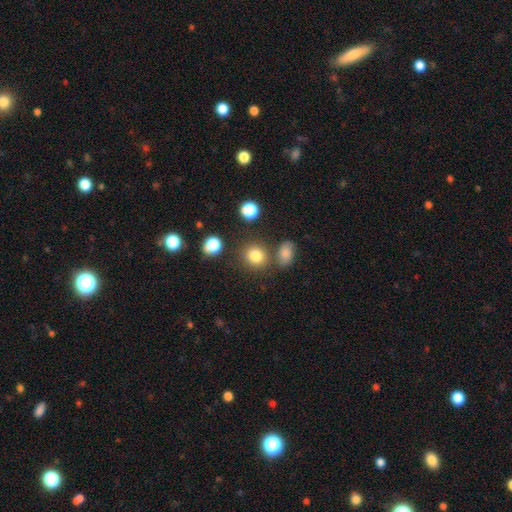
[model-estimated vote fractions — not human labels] The model was most divided on "how rounded": round: 81%, in between: 18%, cigar-shaped: 1%. More confident: smooth or featured — smooth (80%); merging — none (76%).